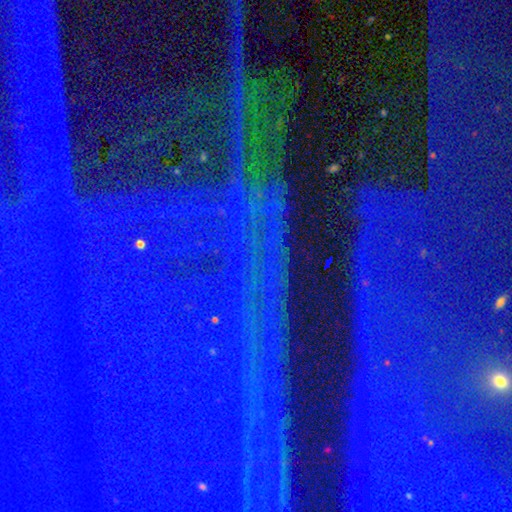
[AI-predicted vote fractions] A star or artifact, not a galaxy (87%).

Vote fractions:
- Smooth or featured? star or artifact: 87% / featured or disk: 7% / smooth: 6%